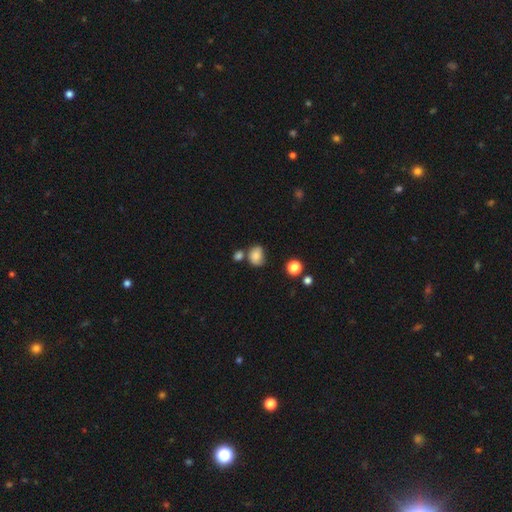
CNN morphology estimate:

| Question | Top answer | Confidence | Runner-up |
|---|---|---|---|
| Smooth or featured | smooth | 82% | star or artifact (10%) |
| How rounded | in between | 55% | round (44%) |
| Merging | none | 53% | minor disturbance (22%) |